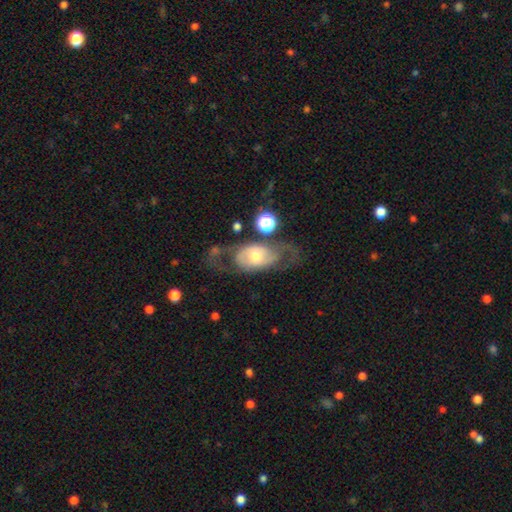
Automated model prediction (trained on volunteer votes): This is likely a featured or disk galaxy (65%). It is clearly not viewed edge-on (91%). Bar: likely no (71%). Spiral arm pattern: likely yes (64%). Central bulge: possibly moderate (55%). Merging: possibly none (49%).